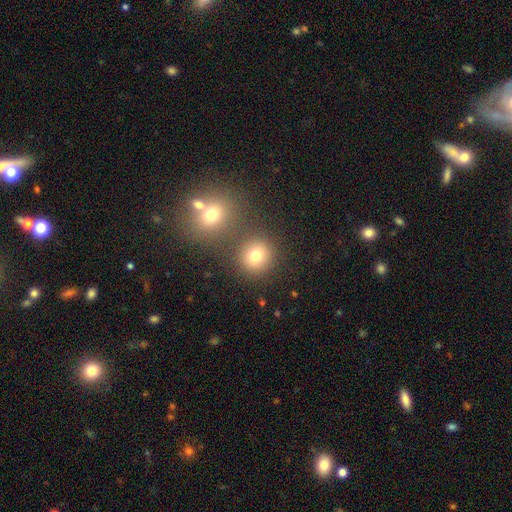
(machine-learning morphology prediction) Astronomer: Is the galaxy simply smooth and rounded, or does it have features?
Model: smooth — 76%.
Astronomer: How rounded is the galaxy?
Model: round — 90%.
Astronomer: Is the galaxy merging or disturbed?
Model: none — 78%.